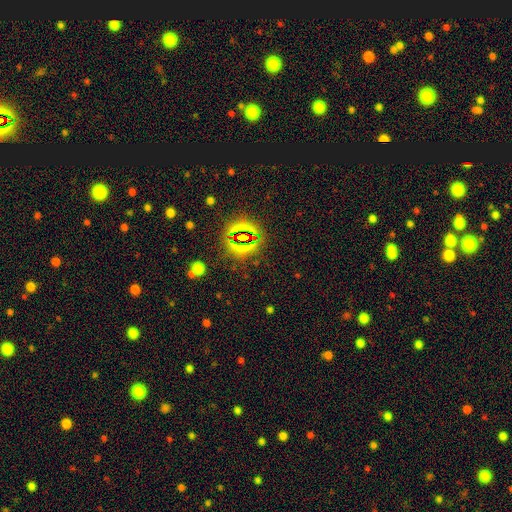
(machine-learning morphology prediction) Smooth or featured? star or artifact (71%)